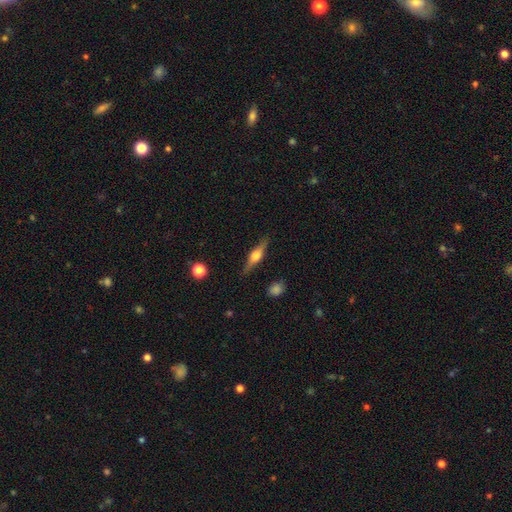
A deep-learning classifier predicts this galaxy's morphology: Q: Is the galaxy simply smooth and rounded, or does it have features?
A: featured or disk — 71%.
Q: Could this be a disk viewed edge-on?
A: yes — 97%.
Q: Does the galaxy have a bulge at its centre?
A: rounded — 92%.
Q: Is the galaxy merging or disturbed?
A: none — 87%.